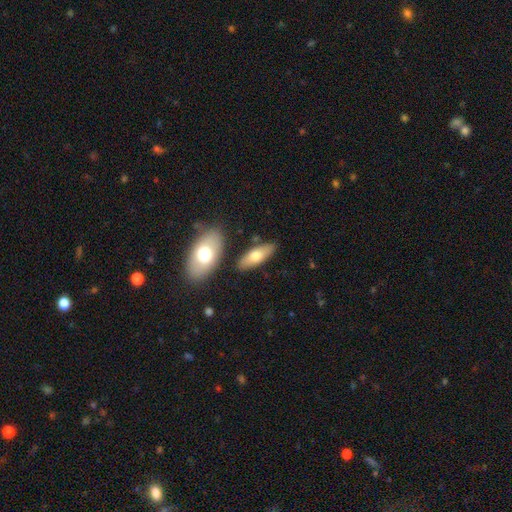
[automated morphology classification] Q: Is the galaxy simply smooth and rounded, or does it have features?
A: smooth — 67%.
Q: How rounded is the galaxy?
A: in between — 69%.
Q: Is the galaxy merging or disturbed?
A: none — 80%.